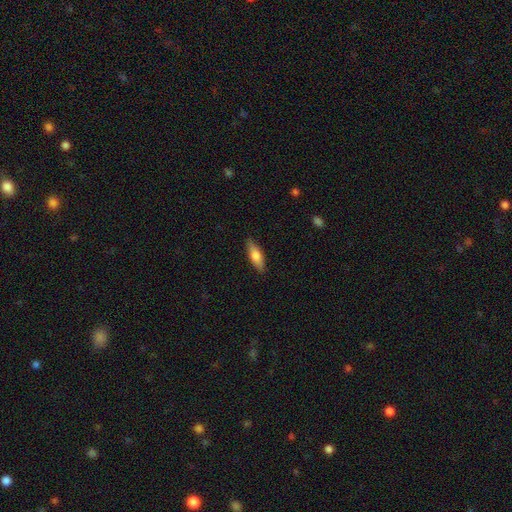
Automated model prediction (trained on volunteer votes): A smooth galaxy with no disk features (73%) that is in between round and cigar-shaped (56%). Merging: none (87%).